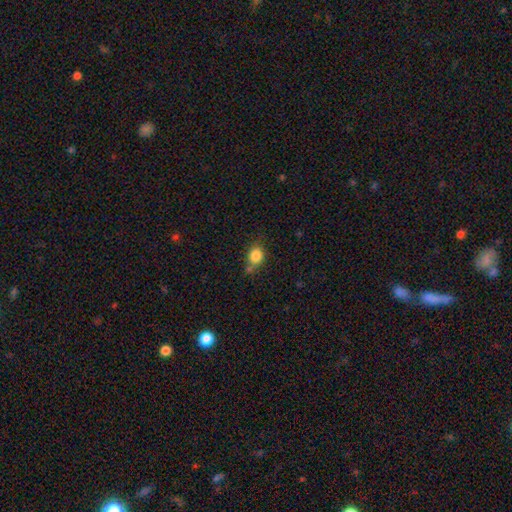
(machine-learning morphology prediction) The model was most divided on "how rounded": round: 60%, in between: 38%, cigar-shaped: 1%. More confident: smooth or featured — smooth (84%); merging — none (59%).